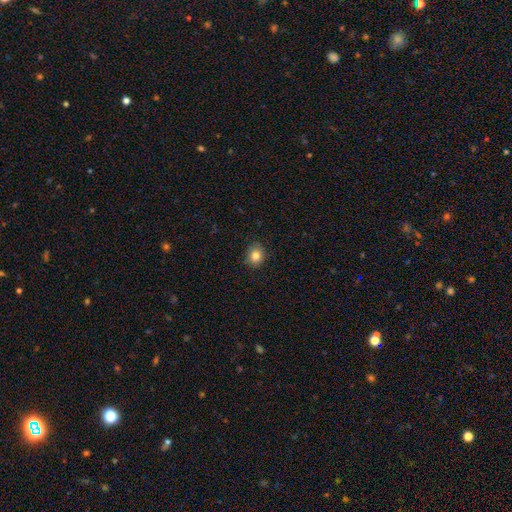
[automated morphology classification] Smooth or featured? Predicted: smooth (p=0.83). How rounded? Predicted: round (p=0.65). Merging? Predicted: none (p=0.87).